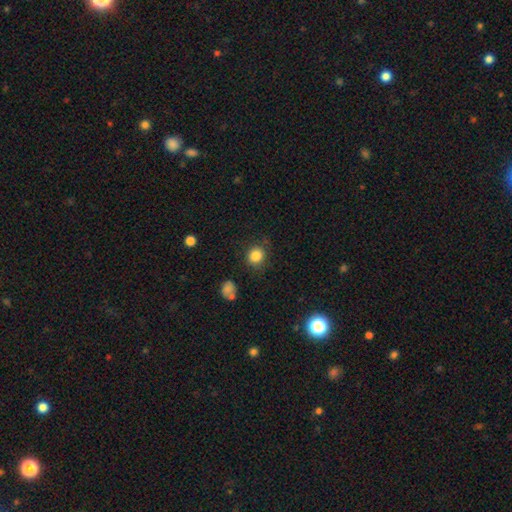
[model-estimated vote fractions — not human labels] Morphology: type=smooth (84%); roundness=round (86%); merging=none (81%).